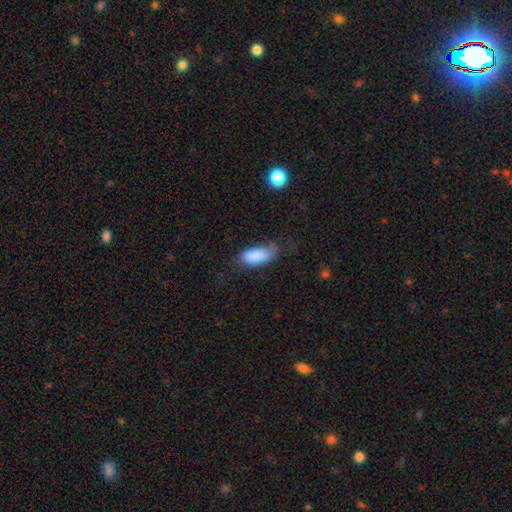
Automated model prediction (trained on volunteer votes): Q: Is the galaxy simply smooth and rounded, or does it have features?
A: smooth — 85%.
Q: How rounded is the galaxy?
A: in between — 88%.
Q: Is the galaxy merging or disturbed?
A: none — 54%.